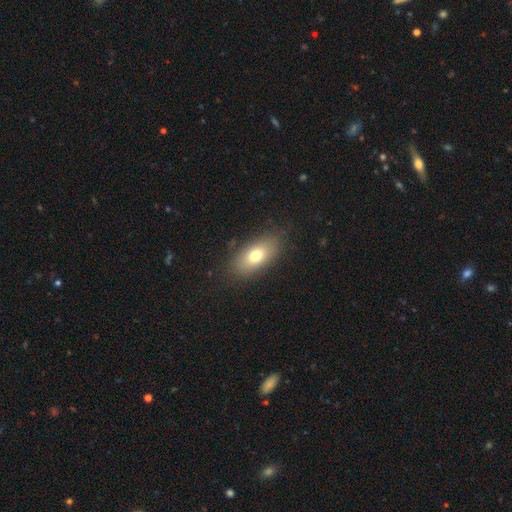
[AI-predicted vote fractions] smooth 74%, featured or disk 18%, star or artifact 9%. Down the decision tree: how rounded — in between (87%); merging — none (83%).